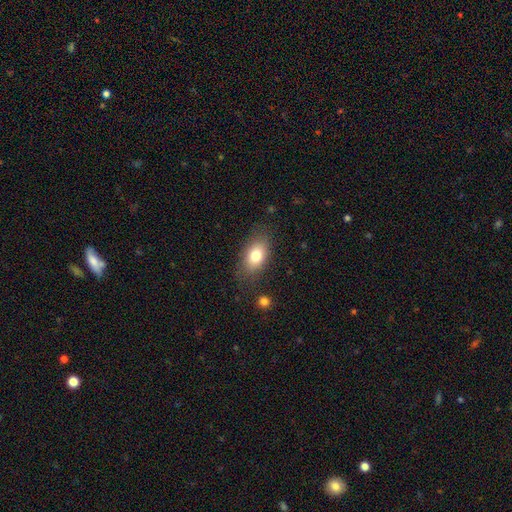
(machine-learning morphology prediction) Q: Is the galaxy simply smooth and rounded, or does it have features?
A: smooth — 77%.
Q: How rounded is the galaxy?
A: in between — 86%.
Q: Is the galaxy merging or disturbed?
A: none — 78%.